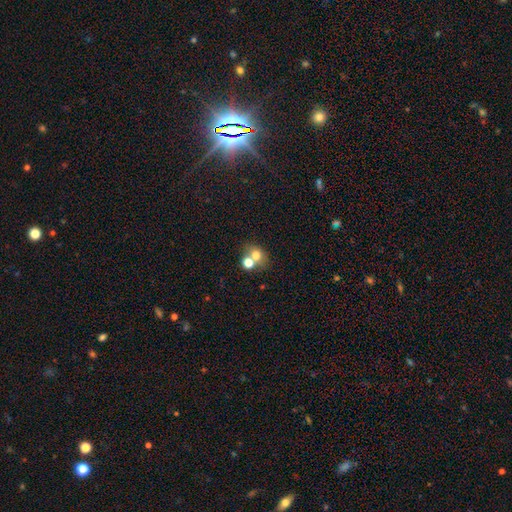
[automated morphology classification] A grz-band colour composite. It shows a smooth galaxy with no disk features (71%) that is round (63%). Merging: merger (46%).